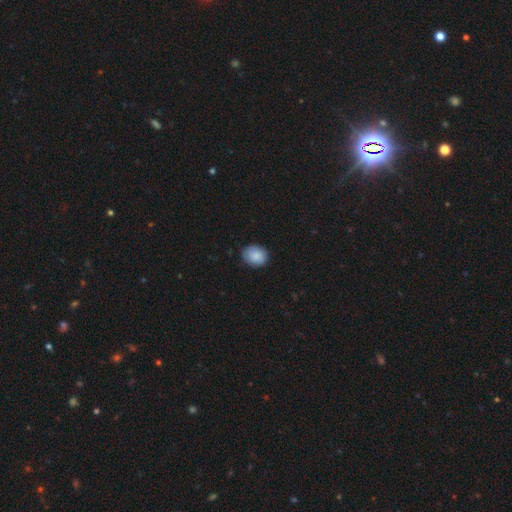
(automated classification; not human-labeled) The model was most divided on "how rounded": in between: 52%, round: 47%, cigar-shaped: 1%. More confident: smooth or featured — smooth (88%); merging — none (83%).